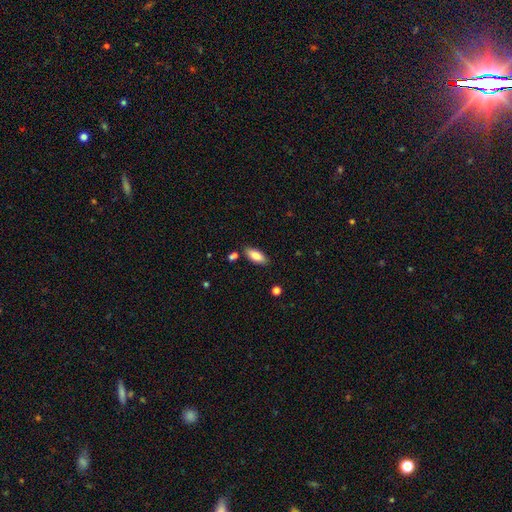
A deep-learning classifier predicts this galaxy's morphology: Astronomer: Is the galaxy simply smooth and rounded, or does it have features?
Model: smooth — 83%.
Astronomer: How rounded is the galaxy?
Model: in between — 80%.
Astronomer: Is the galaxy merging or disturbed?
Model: none — 82%.